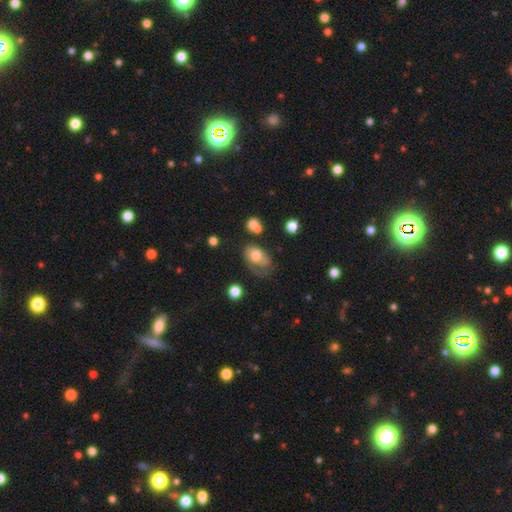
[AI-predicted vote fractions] The model was most divided on "merging": major disturbance: 33%, none: 29%, minor disturbance: 29%, merger: 10%. More confident: how rounded — in between (81%); smooth or featured — smooth (56%).